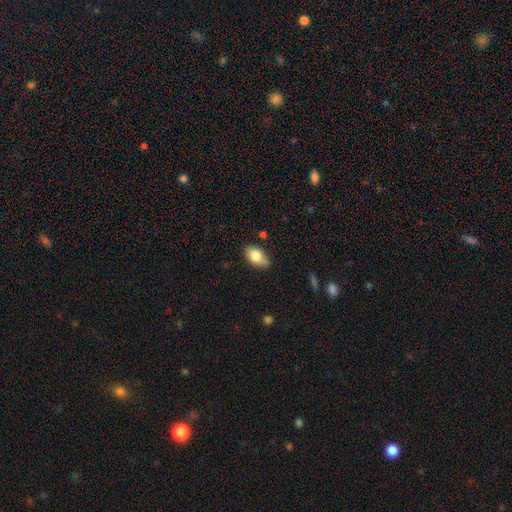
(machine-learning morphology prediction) smooth-or-featured: smooth: 81% | featured or disk: 11% | star or artifact: 7%
  how-rounded: in between: 90% | round: 7% | cigar-shaped: 3%
  merging: none: 72% | minor disturbance: 22% | major disturbance: 4% | merger: 2%